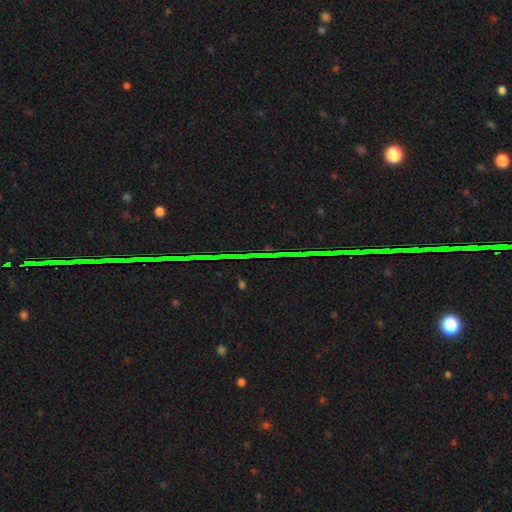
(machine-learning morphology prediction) Q: Smooth or featured?
A: star or artifact (85%); runner-up: featured or disk (7%)